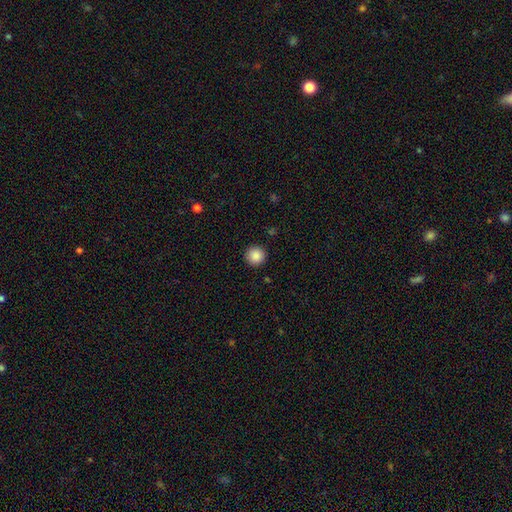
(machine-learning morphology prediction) Smooth or featured? Predicted: smooth (p=0.88). How rounded? Predicted: round (p=0.96). Merging? Predicted: none (p=0.92).